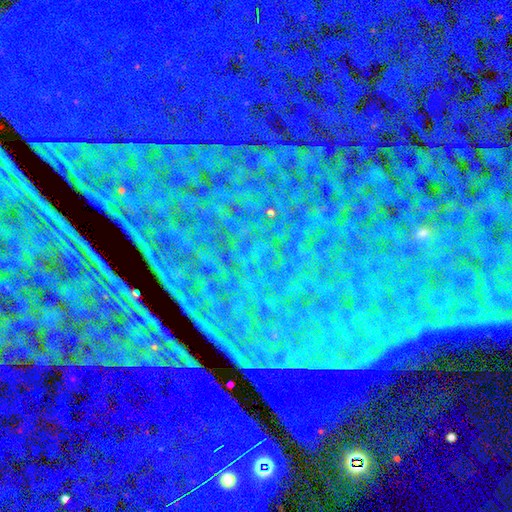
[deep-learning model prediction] This is clearly a star or artifact rather than a galaxy (87%).